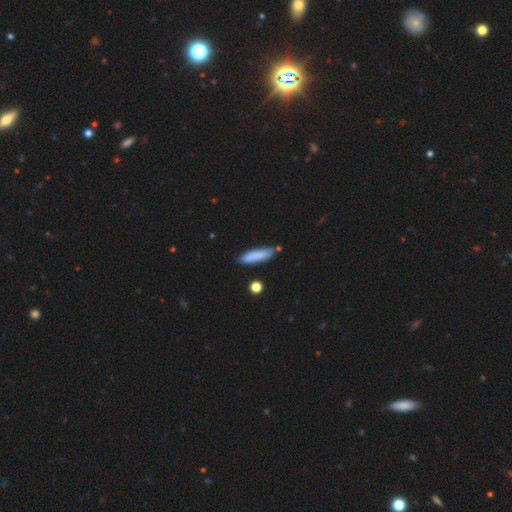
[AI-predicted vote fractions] A smooth galaxy with no disk features (83%) that is cigar-shaped (76%). Merging: none (79%).